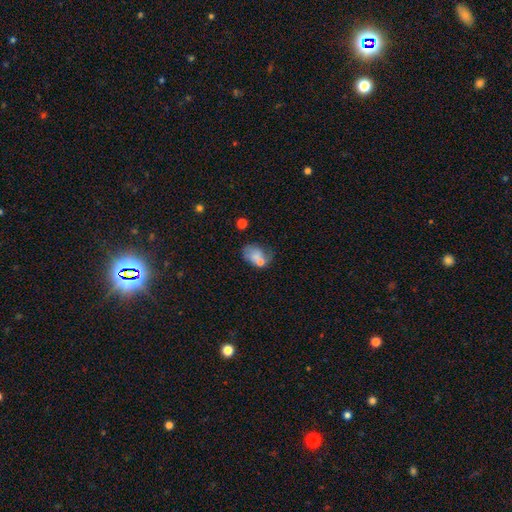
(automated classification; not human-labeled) Morphology: type=smooth (62%); roundness=in between (72%); merging=none (33%).